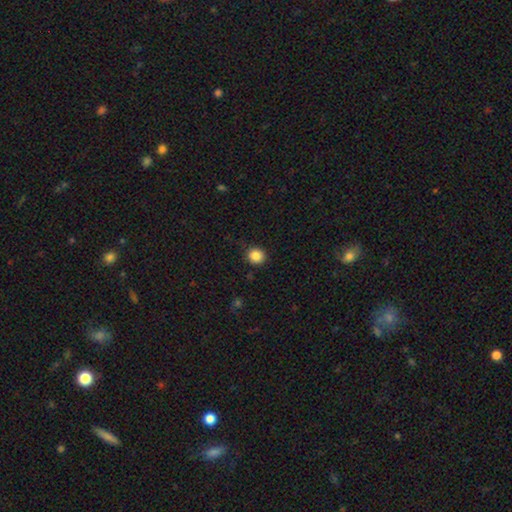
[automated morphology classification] smooth_or_featured: smooth (p=0.87) [alt: star or artifact p=0.10]
how_rounded: round (p=0.89) [alt: in between p=0.10]
merging: none (p=0.87) [alt: minor disturbance p=0.10]